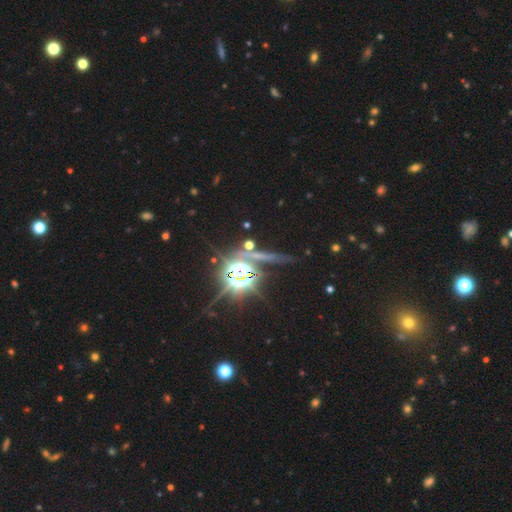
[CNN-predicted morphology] A star or artifact, not a galaxy (77%).